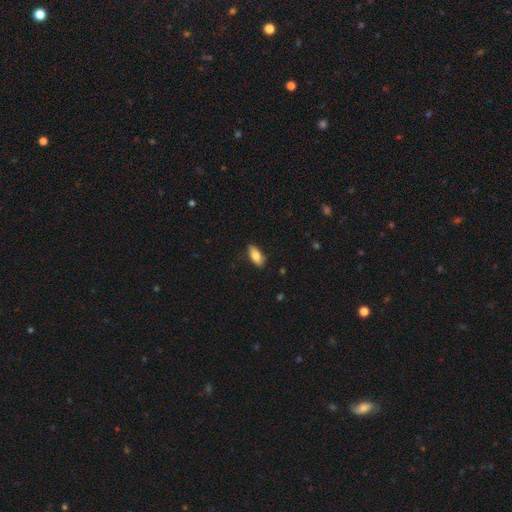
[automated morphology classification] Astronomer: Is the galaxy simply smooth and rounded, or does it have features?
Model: smooth — 80%.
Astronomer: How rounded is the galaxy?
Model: in between — 86%.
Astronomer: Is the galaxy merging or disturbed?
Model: none — 84%.